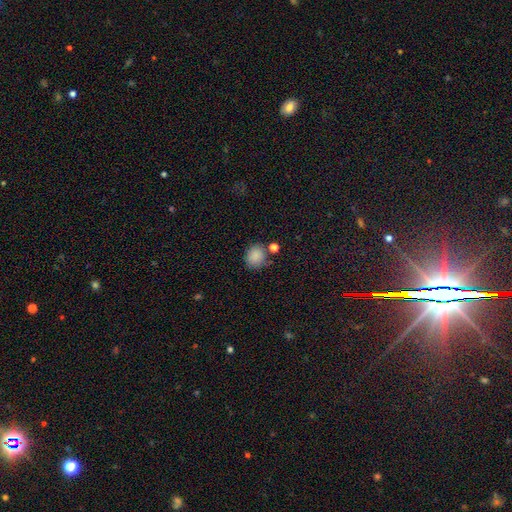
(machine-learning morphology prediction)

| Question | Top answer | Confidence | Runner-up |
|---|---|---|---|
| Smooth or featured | smooth | 85% | star or artifact (10%) |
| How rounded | round | 69% | in between (30%) |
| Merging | none | 70% | minor disturbance (15%) |